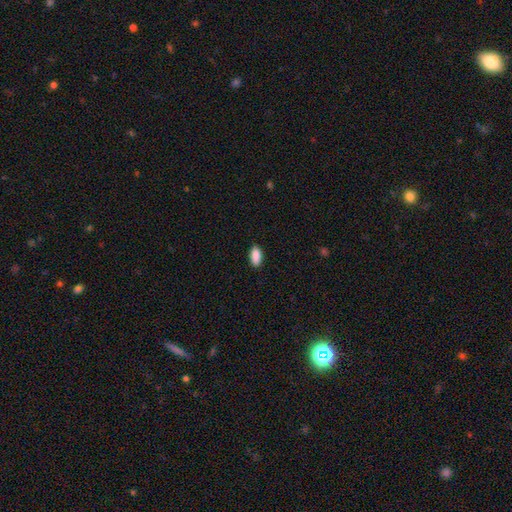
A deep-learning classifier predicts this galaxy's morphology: This appears to be a smooth galaxy with no disk features (90%) that is in between round and cigar-shaped (91%). Merging: none (88%).